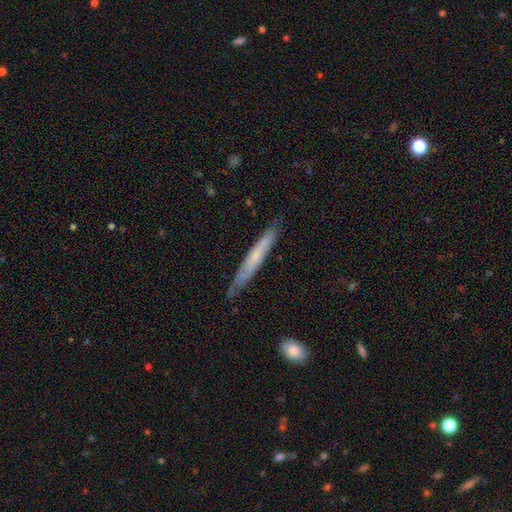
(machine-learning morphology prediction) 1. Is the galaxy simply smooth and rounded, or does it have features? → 50% smooth, 44% featured or disk, 6% star or artifact.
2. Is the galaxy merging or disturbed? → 79% none, 17% minor disturbance, 3% major disturbance, 2% merger.